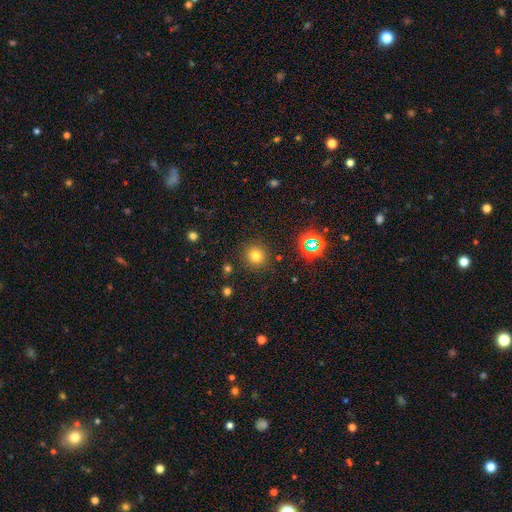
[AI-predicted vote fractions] A smooth galaxy with no disk features (72%) that is round (93%).

Vote fractions:
- Smooth or featured? smooth: 72% / star or artifact: 20% / featured or disk: 8%
- How rounded? round: 93% / in between: 6% / cigar-shaped: 1%
- Merging? none: 87% / minor disturbance: 7% / major disturbance: 3% / merger: 2%